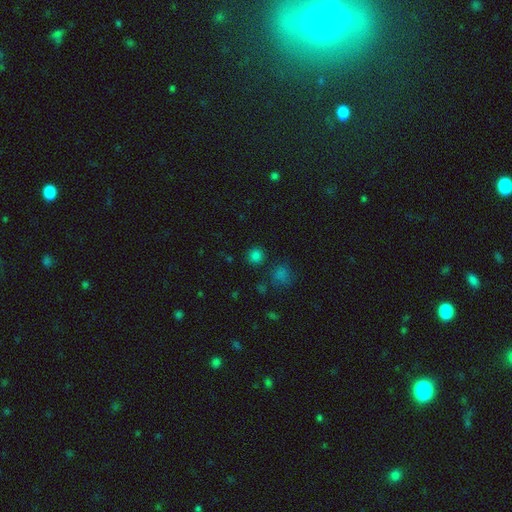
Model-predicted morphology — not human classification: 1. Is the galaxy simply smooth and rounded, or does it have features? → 79% smooth, 17% star or artifact, 4% featured or disk.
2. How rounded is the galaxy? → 92% round, 7% in between, 1% cigar-shaped.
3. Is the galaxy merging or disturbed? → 86% none, 7% minor disturbance, 4% merger, 3% major disturbance.